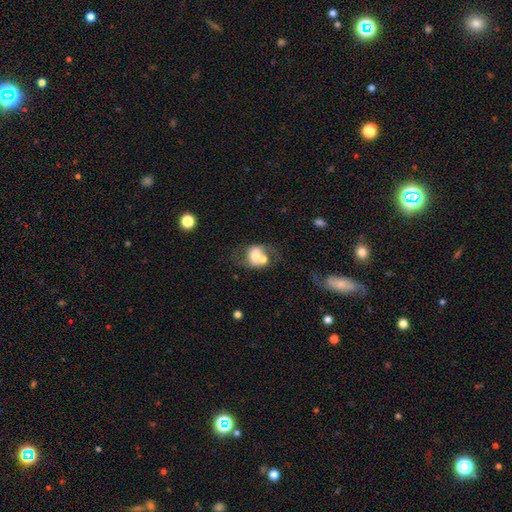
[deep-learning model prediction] A smooth galaxy with no disk features (52%) that is round (50%). Merging: merger (49%).